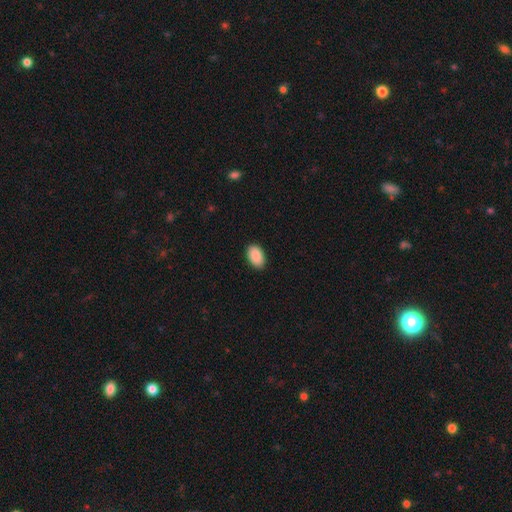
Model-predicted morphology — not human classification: Smooth or featured?
  - smooth: 91% *
  - star or artifact: 6%
  - featured or disk: 3%
How rounded?
  - in between: 93% *
  - round: 6%
  - cigar-shaped: 1%
Merging?
  - none: 90% *
  - minor disturbance: 8%
  - major disturbance: 2%
  - merger: 1%